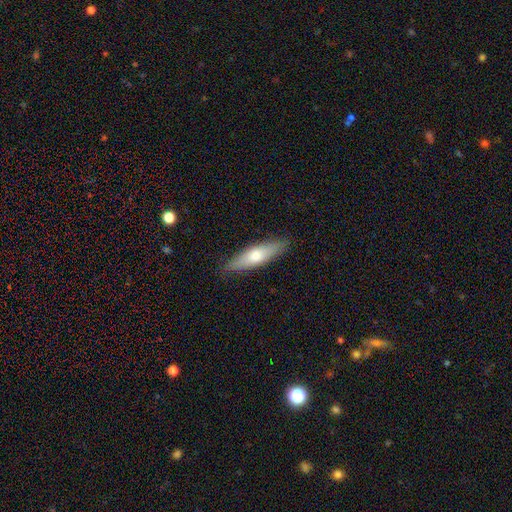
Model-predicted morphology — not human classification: Smooth or featured? smooth (64%)
How rounded? cigar-shaped (66%)
Merging? none (87%)